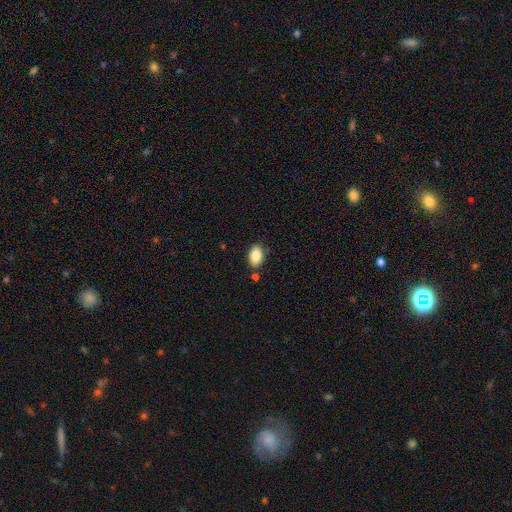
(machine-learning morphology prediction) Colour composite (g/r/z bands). It shows a smooth galaxy with no disk features (87%) that is in between round and cigar-shaped (90%). Merging: none (78%).